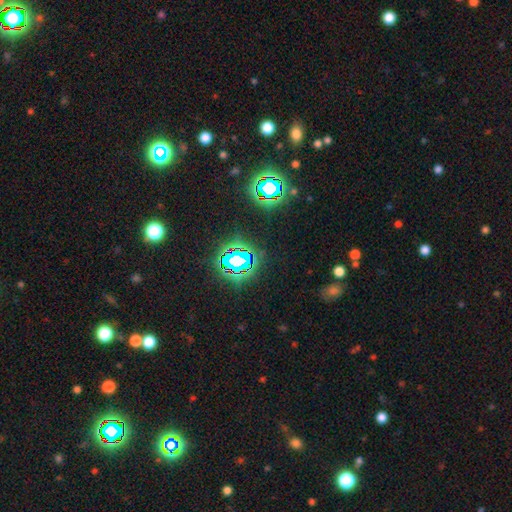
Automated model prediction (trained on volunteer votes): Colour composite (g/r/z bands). It shows a star or artifact, not a galaxy (80%).